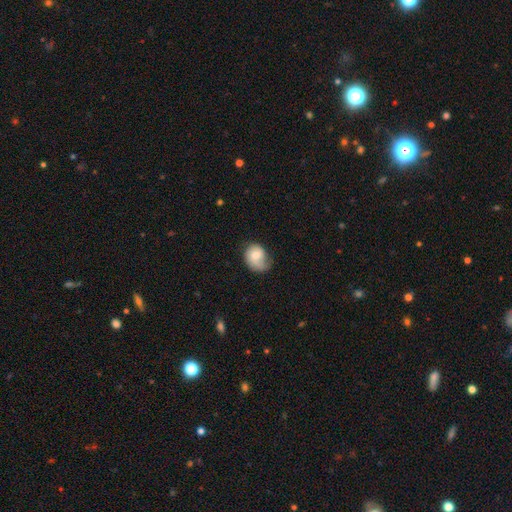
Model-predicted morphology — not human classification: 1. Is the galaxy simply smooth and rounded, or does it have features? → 49% smooth, 44% featured or disk, 7% star or artifact.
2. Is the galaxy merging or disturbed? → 47% none, 32% minor disturbance, 19% major disturbance, 2% merger.